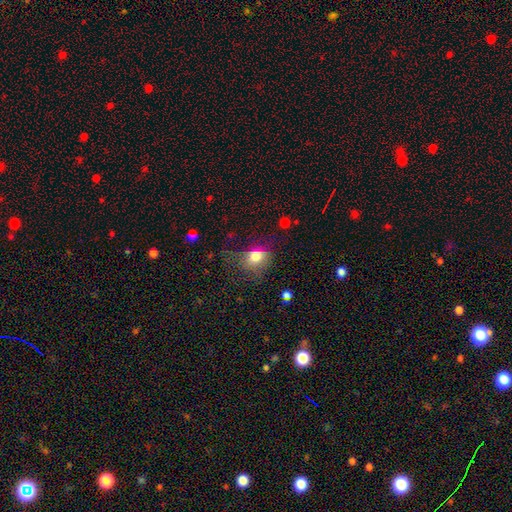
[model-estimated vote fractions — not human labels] This is likely a smooth galaxy (75%). How rounded: possibly in between (49%, tied with round). Merging: possibly none (48%).